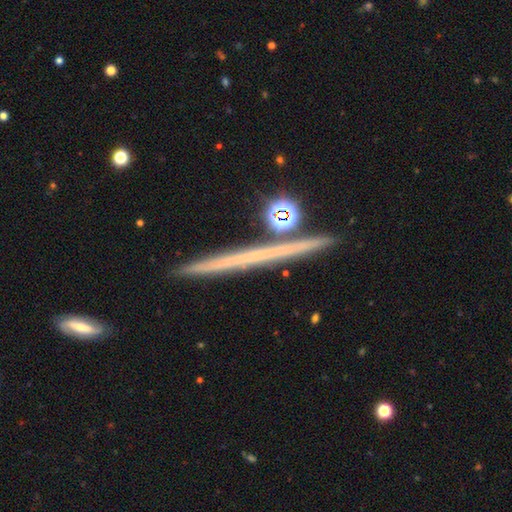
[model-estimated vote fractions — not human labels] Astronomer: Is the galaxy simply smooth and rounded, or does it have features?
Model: featured or disk — 57%.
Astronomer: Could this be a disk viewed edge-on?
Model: yes — 95%.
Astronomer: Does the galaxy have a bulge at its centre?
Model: none — 89%.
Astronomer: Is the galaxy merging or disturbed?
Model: none — 85%.